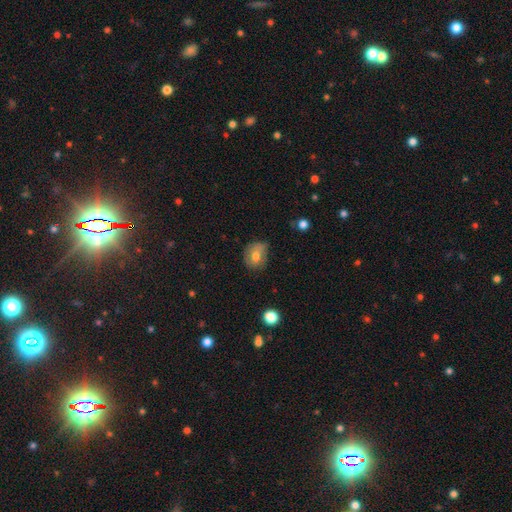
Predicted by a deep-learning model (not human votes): smooth-or-featured: smooth: 67% | featured or disk: 23% | star or artifact: 10%
  how-rounded: round: 53% | in between: 46% | cigar-shaped: 1%
  merging: none: 55% | minor disturbance: 33% | major disturbance: 10% | merger: 2%